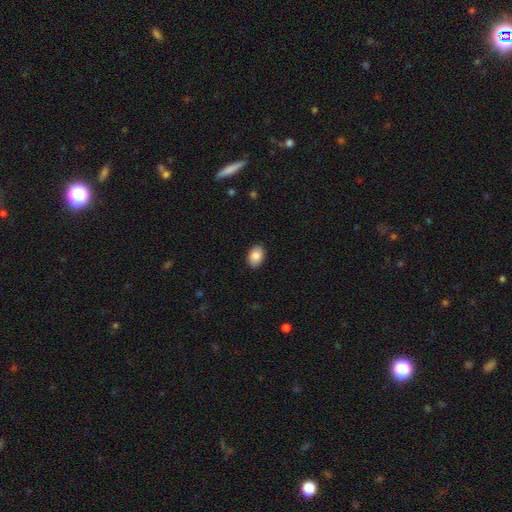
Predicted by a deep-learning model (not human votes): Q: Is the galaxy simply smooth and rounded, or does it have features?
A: smooth — 86%.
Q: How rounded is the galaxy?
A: in between — 84%.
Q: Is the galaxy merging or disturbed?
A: none — 88%.